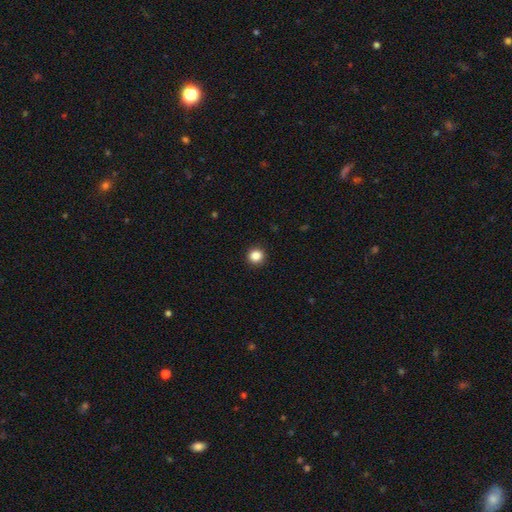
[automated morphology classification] Smooth or featured? smooth (86%)
How rounded? round (93%)
Merging? none (93%)